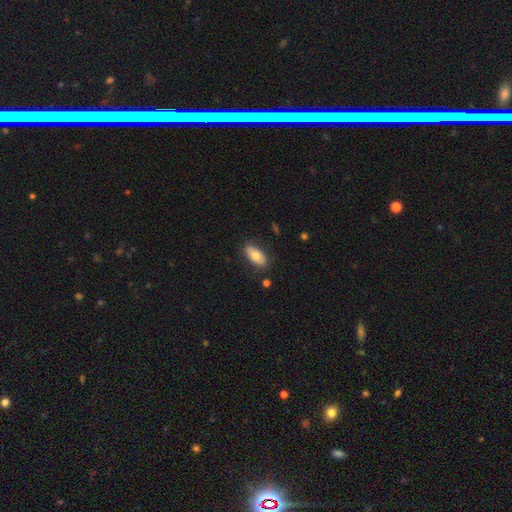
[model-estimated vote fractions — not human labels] This appears to be a smooth galaxy with no disk features (66%) that is in between round and cigar-shaped (91%). Merging: none (80%).